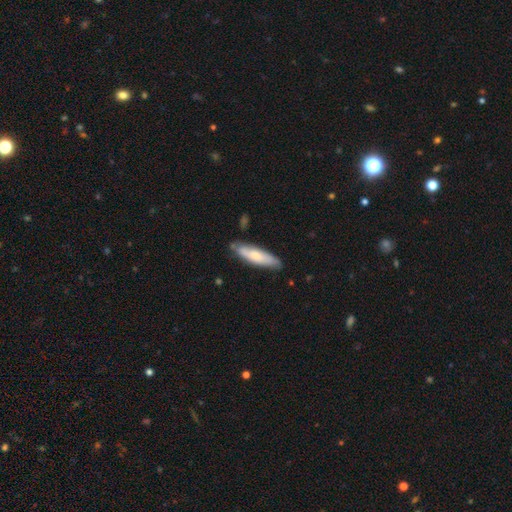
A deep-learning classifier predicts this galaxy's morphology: smooth 65%, featured or disk 29%, star or artifact 5%. Down the decision tree: how rounded — cigar-shaped (70%); merging — none (76%).